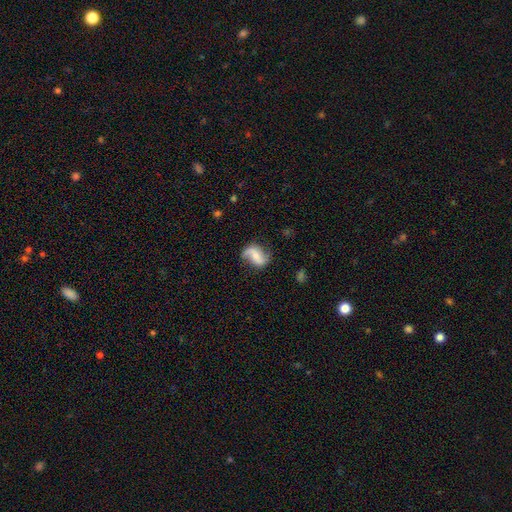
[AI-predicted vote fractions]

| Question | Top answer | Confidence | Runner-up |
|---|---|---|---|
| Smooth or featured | featured or disk | 77% | smooth (16%) |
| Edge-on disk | no | 98% | yes (2%) |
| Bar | weak | 39% | no (36%) |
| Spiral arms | yes | 95% | no (5%) |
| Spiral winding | loose | 71% | medium (23%) |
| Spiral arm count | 2 | 86% | 1 (8%) |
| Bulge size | small | 40% | moderate (31%) |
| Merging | none | 70% | minor disturbance (19%) |